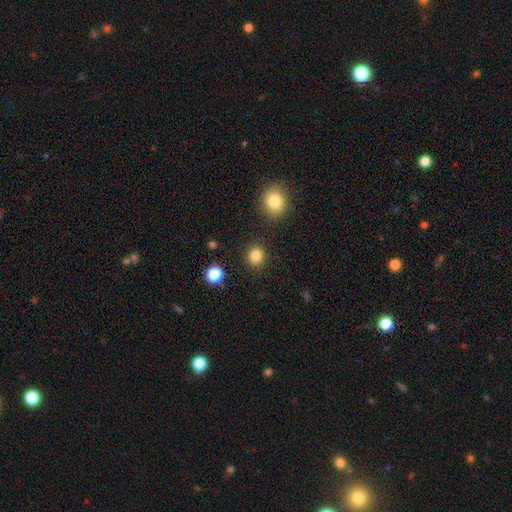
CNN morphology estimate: Overall: smooth (84%). How rounded: round (87%). Merging: none (90%).